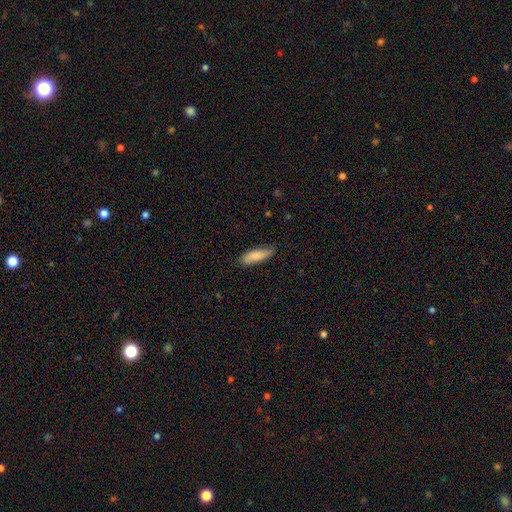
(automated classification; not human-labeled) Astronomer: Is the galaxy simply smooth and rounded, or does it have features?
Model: smooth — 82%.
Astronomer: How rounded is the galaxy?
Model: cigar-shaped — 50% (runner-up: in between, 49%).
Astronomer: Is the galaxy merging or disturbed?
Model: none — 74%.